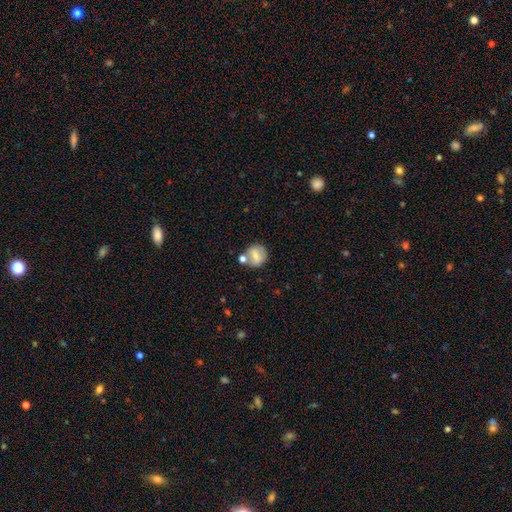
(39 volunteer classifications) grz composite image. It shows a smooth galaxy with no disk features (54%) that is round (81%). Merging: none (57%).